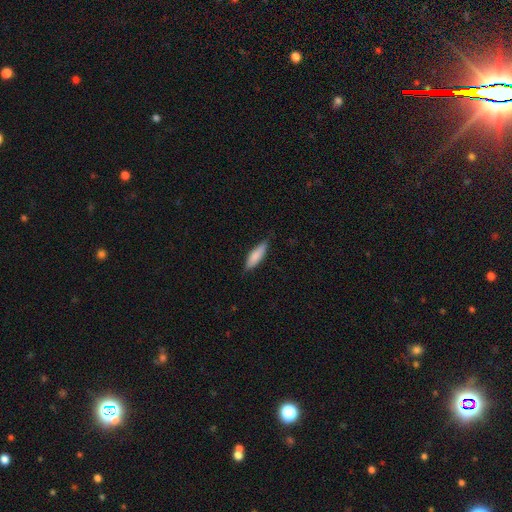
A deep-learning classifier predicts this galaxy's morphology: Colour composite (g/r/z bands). It shows a smooth galaxy with no disk features (83%) that is cigar-shaped (56%). Merging: none (79%).